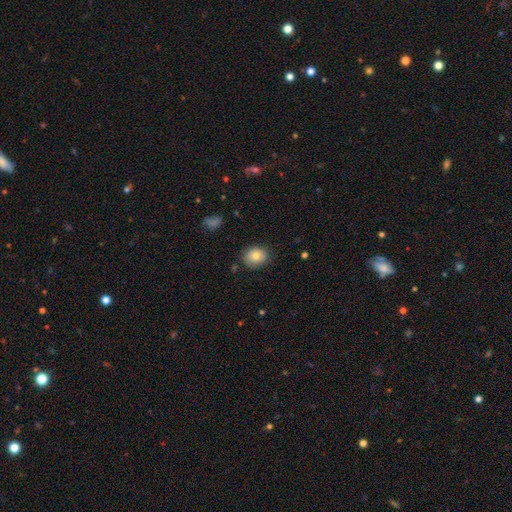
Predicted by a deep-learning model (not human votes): This is likely a smooth galaxy (75%). How rounded: possibly round (58%). Merging: likely none (79%).